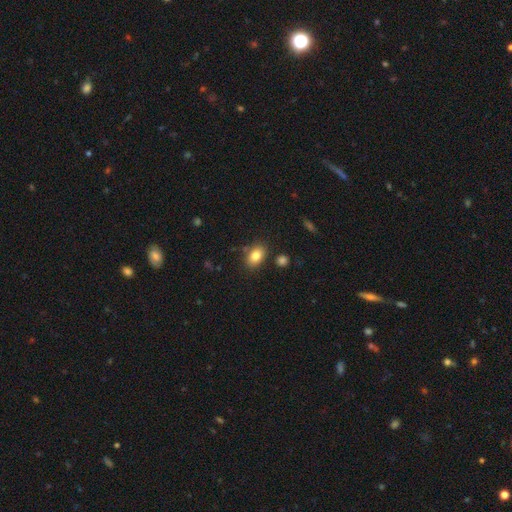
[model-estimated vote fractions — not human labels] Smooth or featured: smooth — 82% (star or artifact — 9%)
How rounded: in between — 82% (round — 17%)
Merging: none — 80% (minor disturbance — 12%)